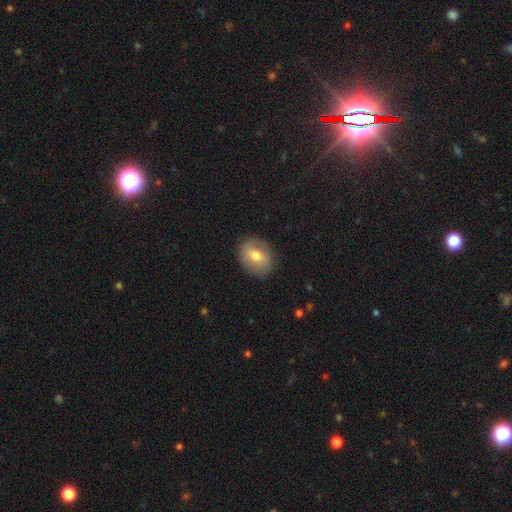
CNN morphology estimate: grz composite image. It shows a smooth galaxy with no disk features (62%) that is in between round and cigar-shaped (50%). Merging: none (84%).